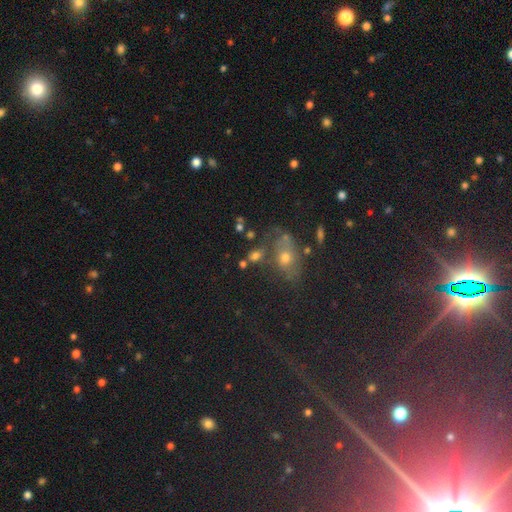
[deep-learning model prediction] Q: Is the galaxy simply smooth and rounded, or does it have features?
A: smooth — 62%.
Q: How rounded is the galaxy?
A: in between — 62%.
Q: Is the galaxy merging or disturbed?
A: none — 51%.